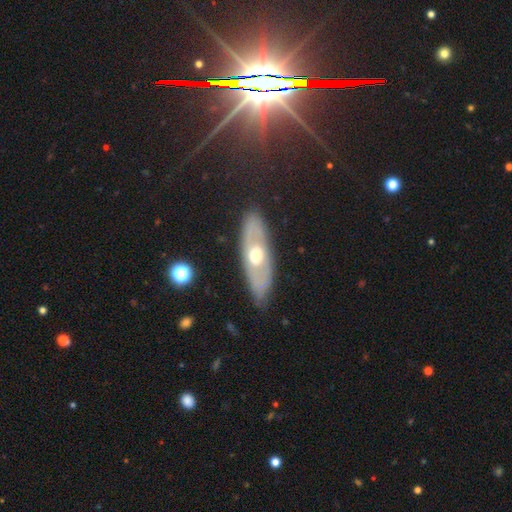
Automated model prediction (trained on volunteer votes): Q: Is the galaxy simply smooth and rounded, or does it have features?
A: featured or disk — 63%.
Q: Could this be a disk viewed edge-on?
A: no — 71%.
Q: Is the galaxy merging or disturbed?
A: none — 81%.